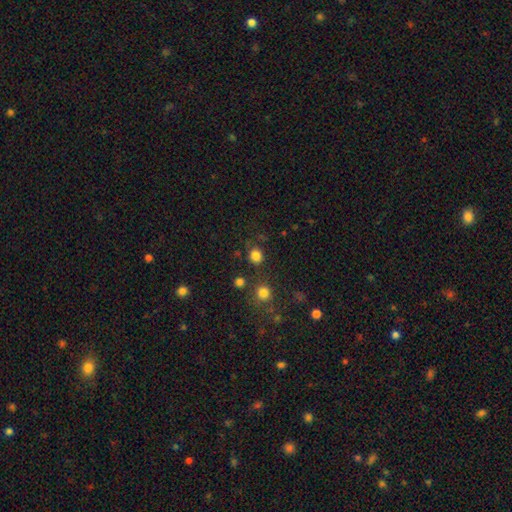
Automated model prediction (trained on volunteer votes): smooth 81%, star or artifact 15%, featured or disk 4%. Down the decision tree: how rounded — round (88%); merging — none (81%).